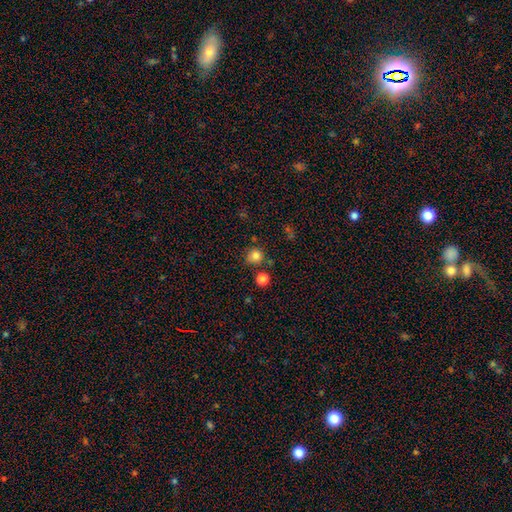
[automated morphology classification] smooth-or-featured: smooth: 81% | star or artifact: 13% | featured or disk: 6%
  how-rounded: round: 92% | in between: 7% | cigar-shaped: 1%
  merging: none: 80% | minor disturbance: 9% | merger: 8% | major disturbance: 3%